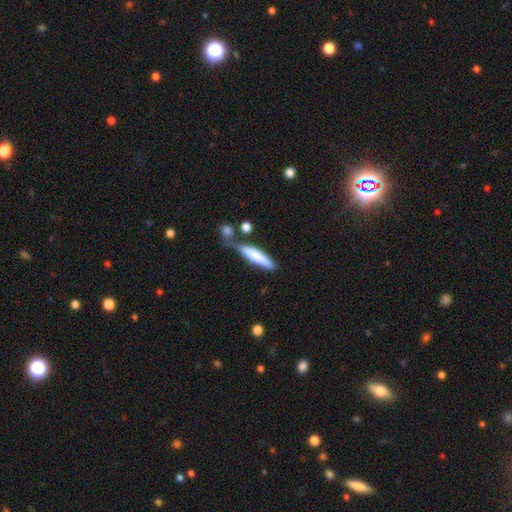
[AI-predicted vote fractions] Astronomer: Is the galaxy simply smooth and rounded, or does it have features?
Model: smooth — 70%.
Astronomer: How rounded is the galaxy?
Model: cigar-shaped — 79%.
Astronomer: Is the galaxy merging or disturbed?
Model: none — 44% (runner-up: minor disturbance, 24%).